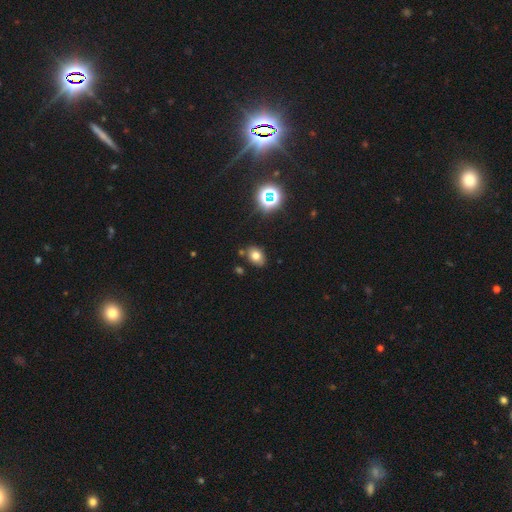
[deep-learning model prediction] Smooth or featured?
  - smooth: 73% *
  - star or artifact: 16%
  - featured or disk: 11%
How rounded?
  - in between: 75% *
  - round: 24%
  - cigar-shaped: 1%
Merging?
  - none: 80% *
  - minor disturbance: 12%
  - merger: 5%
  - major disturbance: 3%